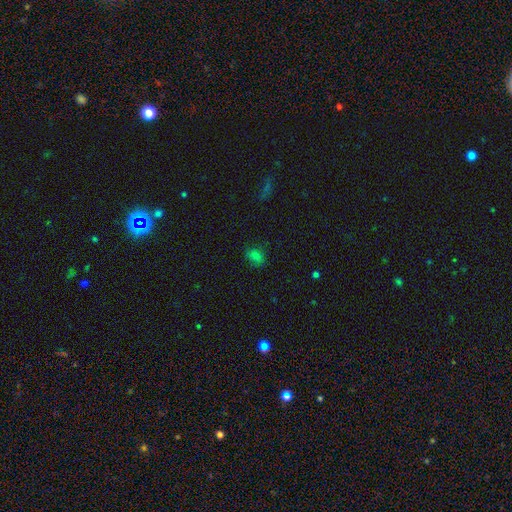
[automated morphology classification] smooth_or_featured: smooth (p=0.74) [alt: star or artifact p=0.19]
how_rounded: in between (p=0.64) [alt: round p=0.34]
merging: none (p=0.79) [alt: minor disturbance p=0.15]